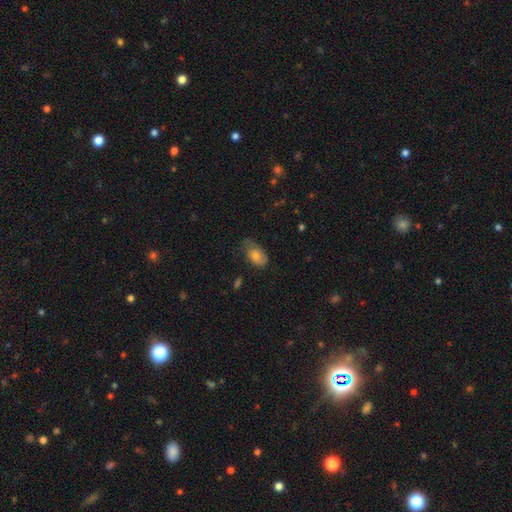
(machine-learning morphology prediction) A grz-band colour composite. It shows a smooth galaxy with no disk features (62%) that is in between round and cigar-shaped (89%). Merging: none (49%).